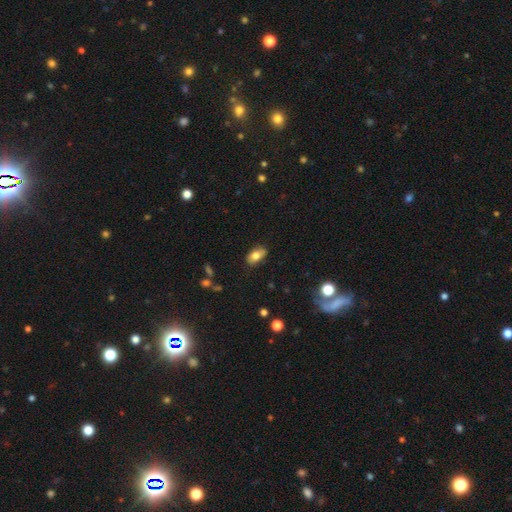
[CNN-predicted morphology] Smooth or featured? smooth (76%)
How rounded? in between (90%)
Merging? none (81%)